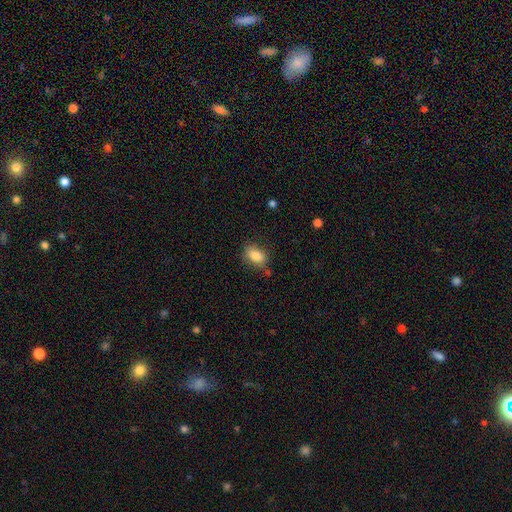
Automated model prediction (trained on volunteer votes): Smooth or featured?
  - smooth: 83% *
  - featured or disk: 8%
  - star or artifact: 8%
How rounded?
  - in between: 85% *
  - round: 12%
  - cigar-shaped: 3%
Merging?
  - none: 72% *
  - minor disturbance: 19%
  - major disturbance: 5%
  - merger: 4%